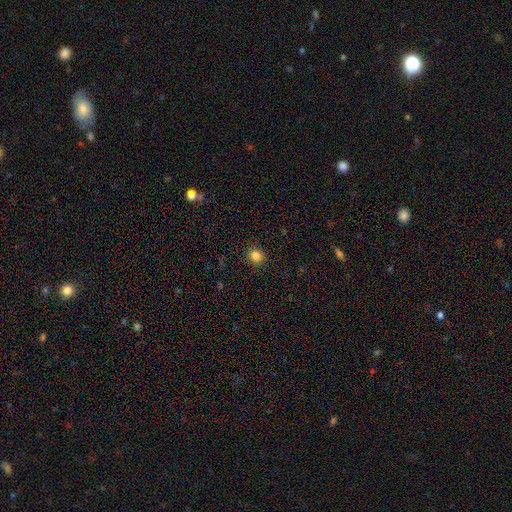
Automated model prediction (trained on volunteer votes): Smooth or featured: smooth — 84% (star or artifact — 12%)
How rounded: round — 88% (in between — 11%)
Merging: none — 91% (minor disturbance — 6%)